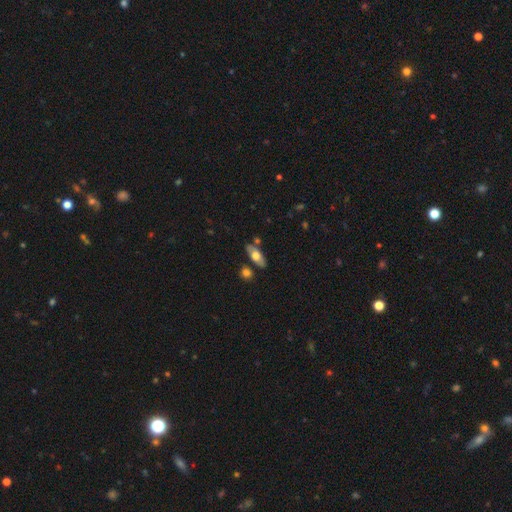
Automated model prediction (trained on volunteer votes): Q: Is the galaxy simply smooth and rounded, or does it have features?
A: smooth — 55%.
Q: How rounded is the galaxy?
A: in between — 79%.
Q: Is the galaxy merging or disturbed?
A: none — 75%.